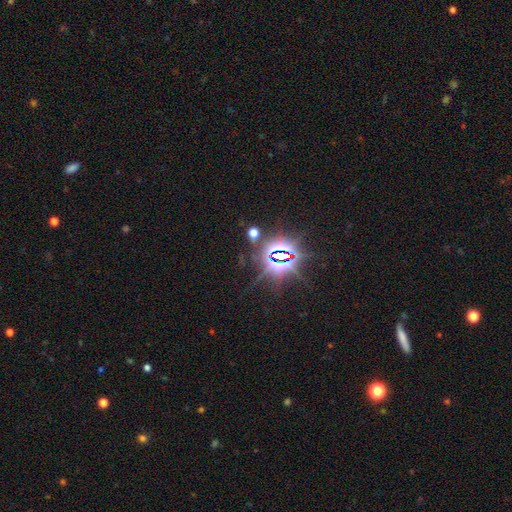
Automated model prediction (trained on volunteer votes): A star or artifact, not a galaxy (85%).